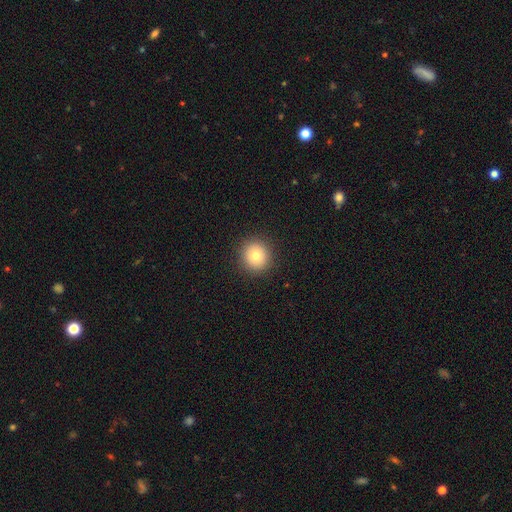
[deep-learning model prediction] Q: Smooth or featured?
A: smooth (79%); runner-up: star or artifact (11%)
Q: How rounded?
A: round (93%); runner-up: in between (6%)
Q: Merging?
A: none (92%); runner-up: minor disturbance (5%)